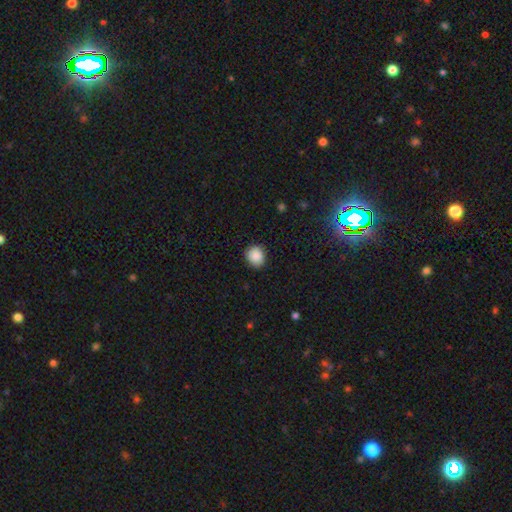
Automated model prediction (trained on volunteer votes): Smooth or featured: smooth — 88% (star or artifact — 8%)
How rounded: round — 78% (in between — 21%)
Merging: none — 85% (minor disturbance — 12%)